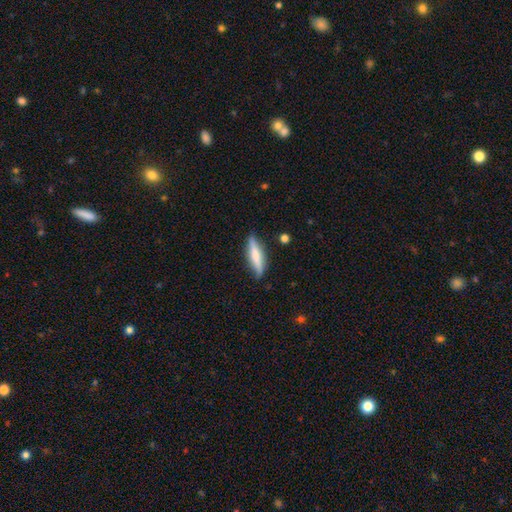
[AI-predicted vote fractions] Q: Smooth or featured?
A: smooth (56%); runner-up: featured or disk (38%)
Q: How rounded?
A: cigar-shaped (76%); runner-up: in between (22%)
Q: Merging?
A: none (82%); runner-up: minor disturbance (14%)